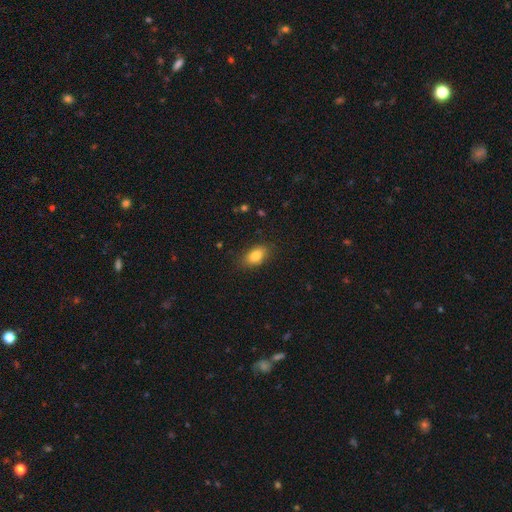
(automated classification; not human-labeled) smooth-or-featured: smooth: 82% | featured or disk: 9% | star or artifact: 9%
  how-rounded: in between: 87% | round: 10% | cigar-shaped: 3%
  merging: none: 84% | minor disturbance: 12% | major disturbance: 3% | merger: 1%